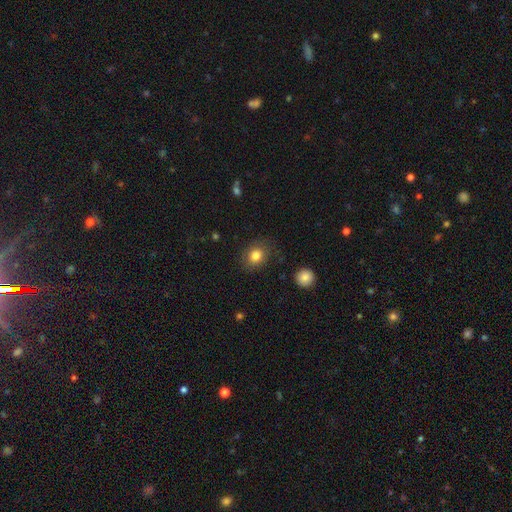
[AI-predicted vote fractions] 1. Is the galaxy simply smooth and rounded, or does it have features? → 81% smooth, 10% star or artifact, 9% featured or disk.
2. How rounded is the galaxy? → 54% round, 45% in between, 1% cigar-shaped.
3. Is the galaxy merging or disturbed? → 81% none, 13% minor disturbance, 5% major disturbance, 1% merger.